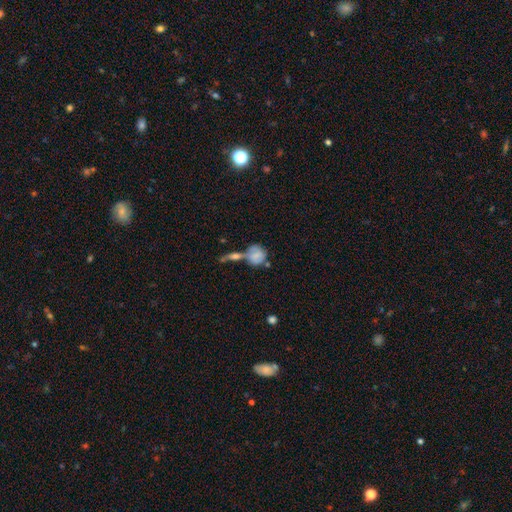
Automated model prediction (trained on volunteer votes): smooth_or_featured: smooth (p=0.68) [alt: featured or disk p=0.24]
how_rounded: round (p=0.69) [alt: in between p=0.28]
merging: merger (p=0.45) [alt: none p=0.31]